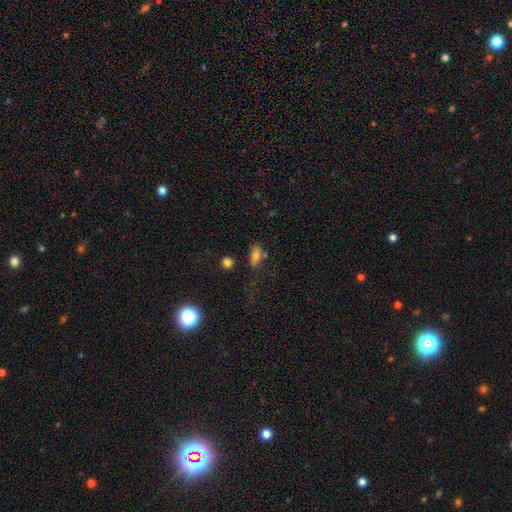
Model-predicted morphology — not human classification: Q: Smooth or featured?
A: smooth (75%); runner-up: star or artifact (14%)
Q: How rounded?
A: in between (78%); runner-up: cigar-shaped (13%)
Q: Merging?
A: none (57%); runner-up: minor disturbance (22%)